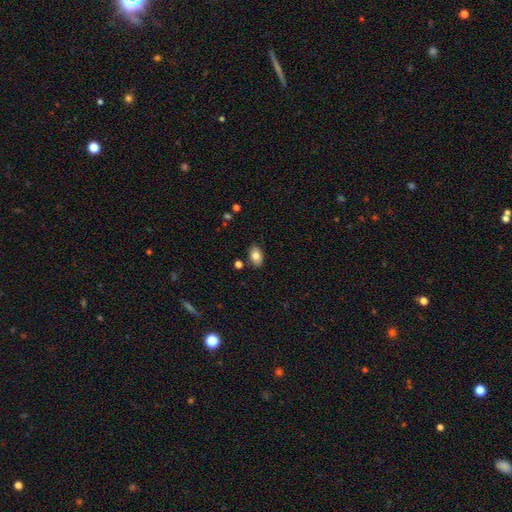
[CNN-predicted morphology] A smooth galaxy with no disk features (80%) that is in between round and cigar-shaped (88%). Merging: none (84%).